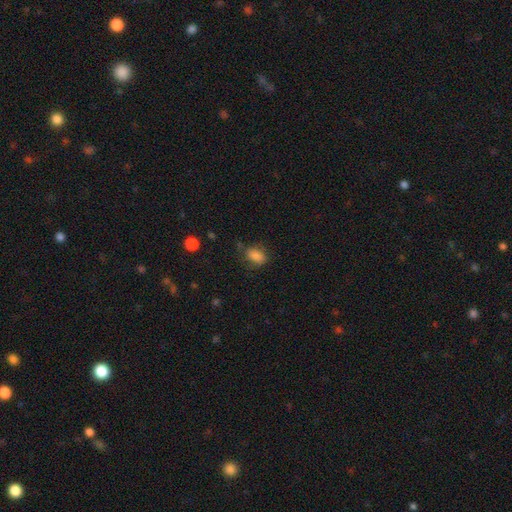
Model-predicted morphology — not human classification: type=smooth (84%); roundness=in between (81%); merging=none (67%).